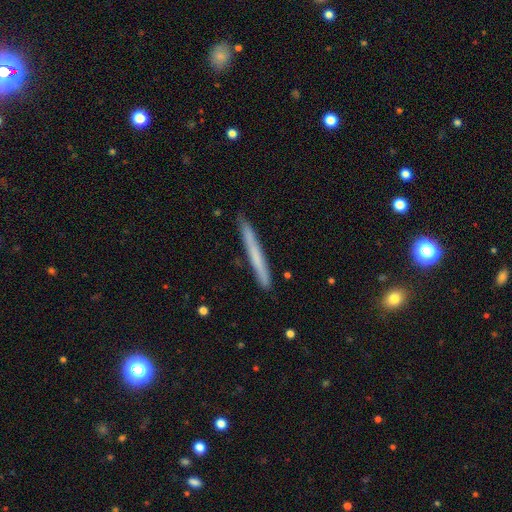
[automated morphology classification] This appears to be a smooth galaxy with no disk features (59%) that is cigar-shaped (97%). Merging: none (91%).